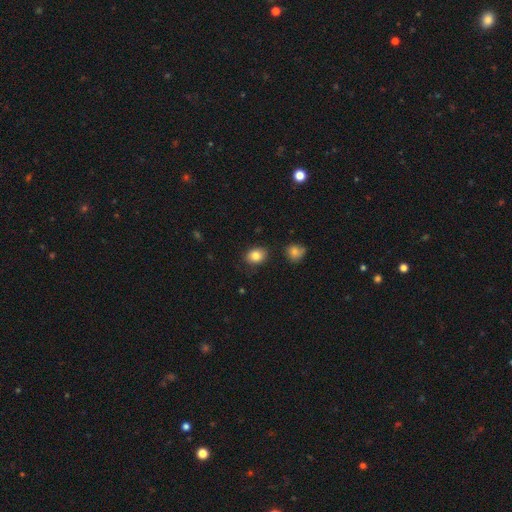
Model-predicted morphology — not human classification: type=smooth (84%); roundness=in between (54%); merging=none (84%).